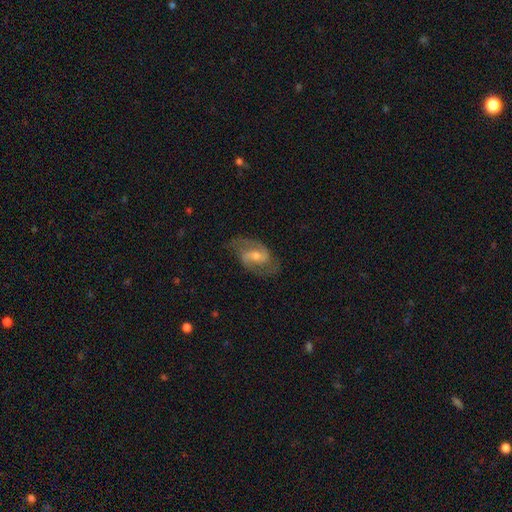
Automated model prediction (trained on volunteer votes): Smooth or featured?
  - featured or disk: 83% *
  - smooth: 11%
  - star or artifact: 6%
Edge-on disk?
  - no: 96% *
  - yes: 4%
Bar?
  - weak: 51% *
  - no: 28%
  - strong: 20%
Spiral arms?
  - yes: 95% *
  - no: 5%
Spiral winding?
  - medium: 55% *
  - loose: 25%
  - tight: 20%
Spiral arm count?
  - 2: 89% *
  - can't tell: 5%
  - 3: 2%
  - 1: 2%
  - 4: 1%
  - more than 4: 1%
Bulge size?
  - moderate: 50% *
  - small: 43%
  - large: 3%
  - none: 3%
  - dominant: 1%
Merging?
  - none: 76% *
  - minor disturbance: 16%
  - major disturbance: 7%
  - merger: 1%